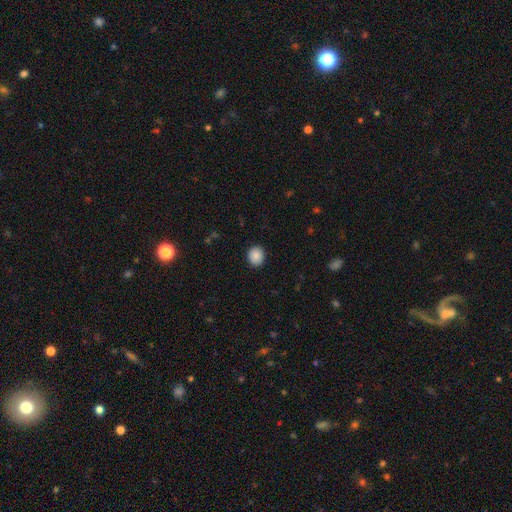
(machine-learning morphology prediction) Smooth or featured? Predicted: smooth (p=0.88). How rounded? Predicted: round (p=0.78). Merging? Predicted: none (p=0.90).